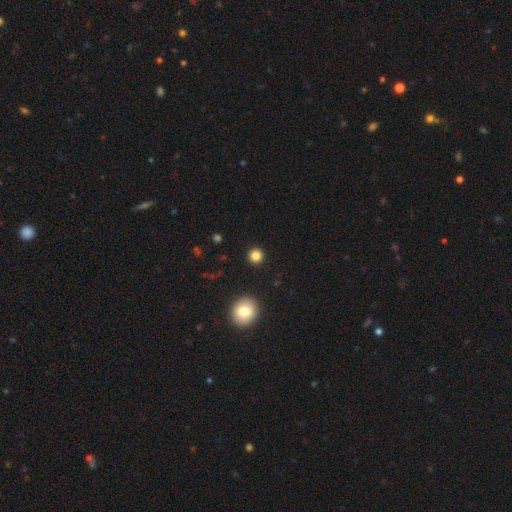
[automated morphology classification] Q: Smooth or featured?
A: smooth (83%); runner-up: star or artifact (12%)
Q: How rounded?
A: round (94%); runner-up: in between (5%)
Q: Merging?
A: none (92%); runner-up: minor disturbance (5%)